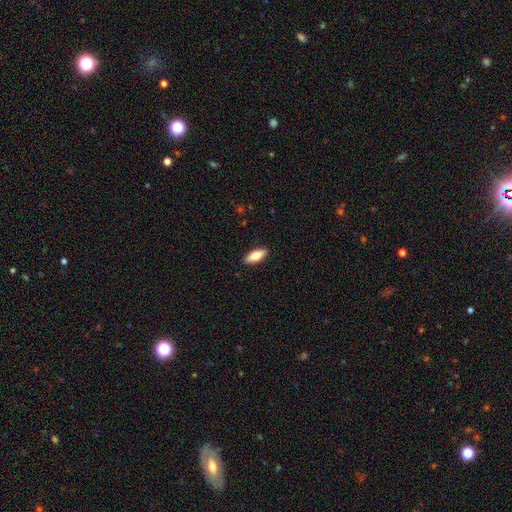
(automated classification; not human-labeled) Morphology: type=smooth (68%); roundness=in between (67%); merging=none (90%).